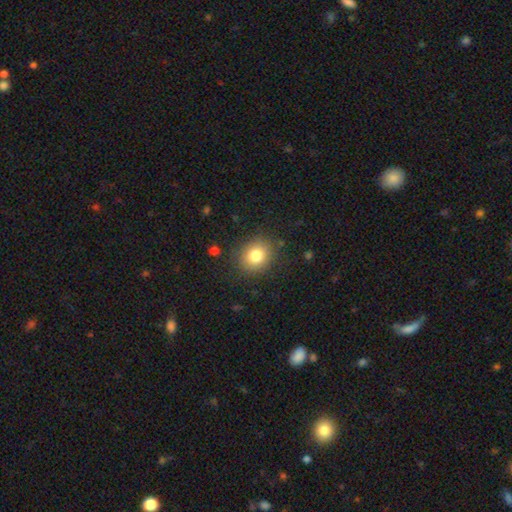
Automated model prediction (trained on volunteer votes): This is clearly a smooth galaxy (81%). How rounded: likely round (70%). Merging: clearly none (86%).